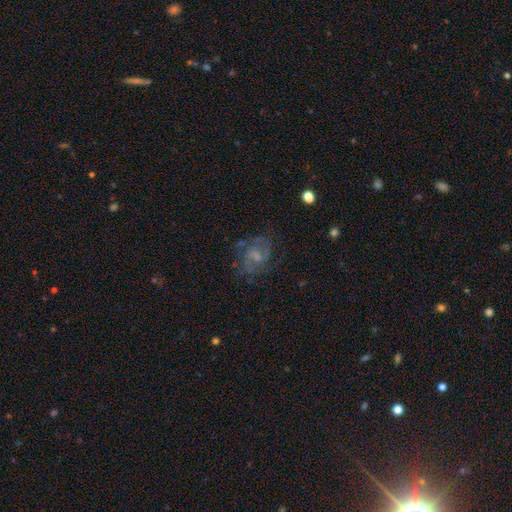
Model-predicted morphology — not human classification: smooth-or-featured: featured or disk: 68% | smooth: 21% | star or artifact: 11%
  disk-edge-on: no: 97% | yes: 3%
    bar: weak: 47% | no: 45% | strong: 9%
    has-spiral-arms: yes: 86% | no: 14%
      spiral-winding: medium: 50% | tight: 30% | loose: 20%
      spiral-arm-count: 2: 59% | can't tell: 23% | 3: 9% | 1: 4% | 4: 3% | more than 4: 3%
    bulge-size: small: 40% | moderate: 32% | none: 23% | large: 4% | dominant: 1%
  merging: none: 68% | minor disturbance: 18% | major disturbance: 13% | merger: 2%